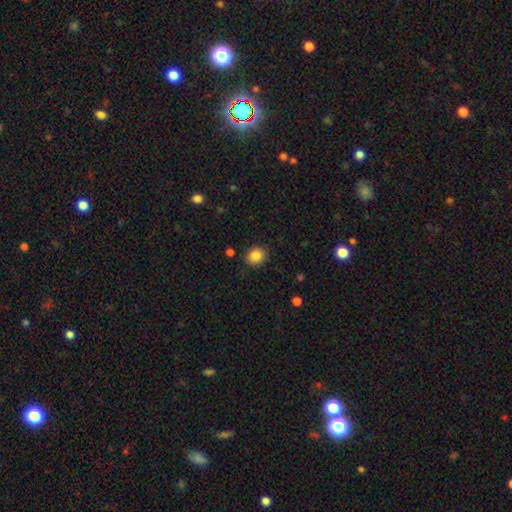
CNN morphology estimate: Overall: smooth (86%). How rounded: round (70%). Merging: none (88%).